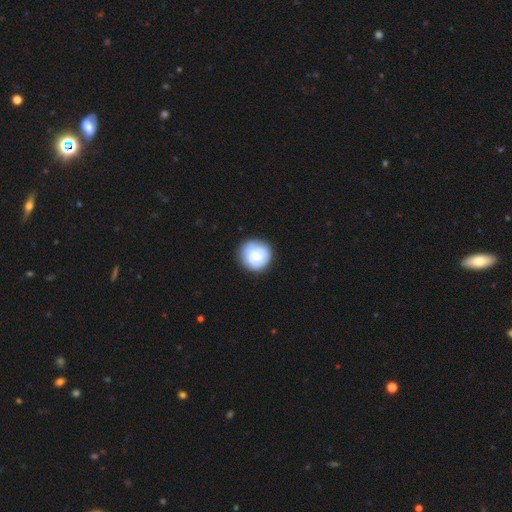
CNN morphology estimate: Smooth or featured?
  - smooth: 59% *
  - featured or disk: 34%
  - star or artifact: 7%
How rounded?
  - round: 91% *
  - in between: 8%
  - cigar-shaped: 1%
Merging?
  - none: 77% *
  - minor disturbance: 16%
  - major disturbance: 5%
  - merger: 2%